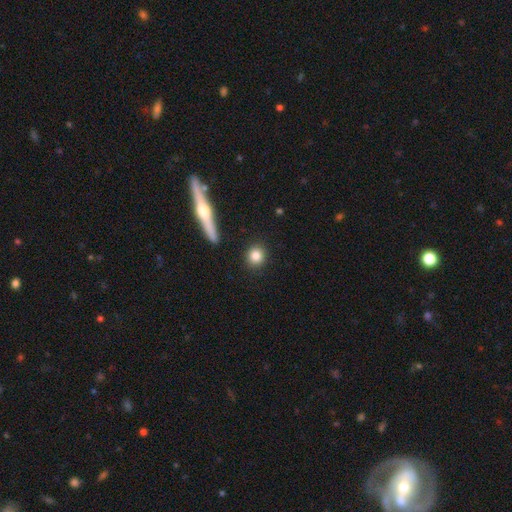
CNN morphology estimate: This appears to be a smooth galaxy with no disk features (83%) that is round (86%). Merging: none (89%).